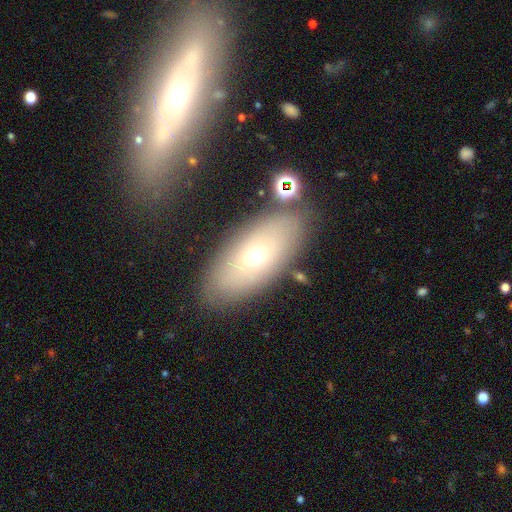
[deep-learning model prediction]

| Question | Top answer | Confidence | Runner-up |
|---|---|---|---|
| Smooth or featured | smooth | 61% | featured or disk (28%) |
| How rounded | in between | 85% | cigar-shaped (11%) |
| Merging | none | 80% | minor disturbance (11%) |